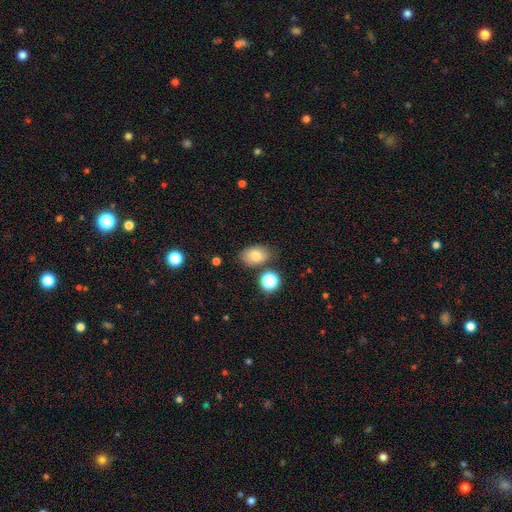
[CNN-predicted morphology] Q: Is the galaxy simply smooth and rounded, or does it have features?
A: smooth — 78%.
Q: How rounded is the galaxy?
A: in between — 82%.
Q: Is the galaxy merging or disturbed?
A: none — 77%.